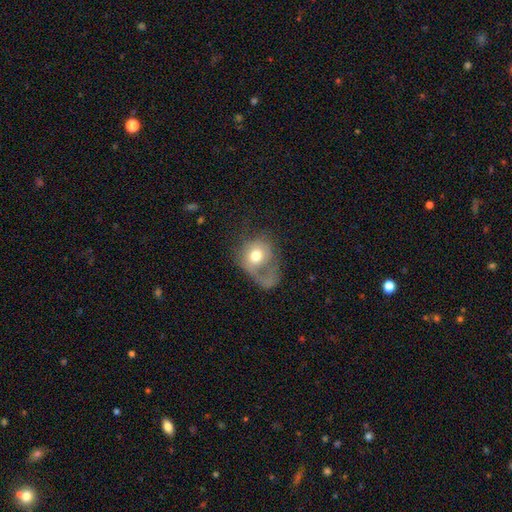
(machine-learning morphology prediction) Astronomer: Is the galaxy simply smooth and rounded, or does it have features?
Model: smooth — 59%.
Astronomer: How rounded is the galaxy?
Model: round — 63%.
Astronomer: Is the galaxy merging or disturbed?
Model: major disturbance — 61%.